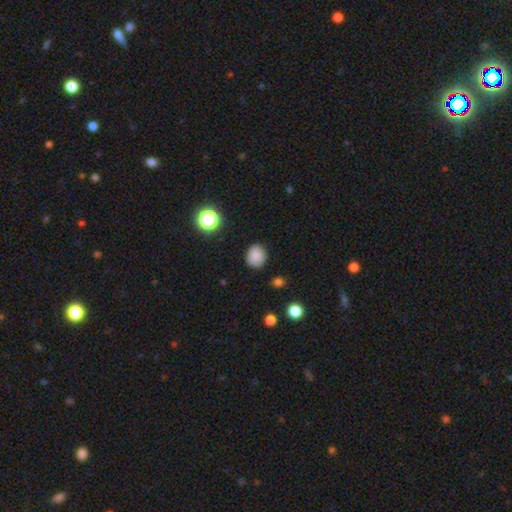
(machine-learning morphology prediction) Overall: smooth (82%). How rounded: round (63%; in between 36%). Merging: none (82%).